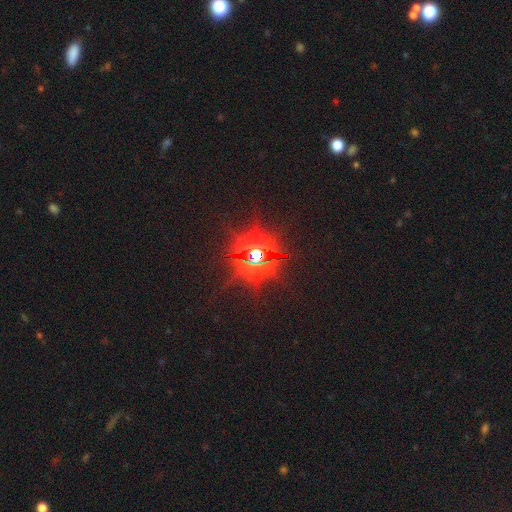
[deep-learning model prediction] This appears to be a star or artifact, not a galaxy (79%).